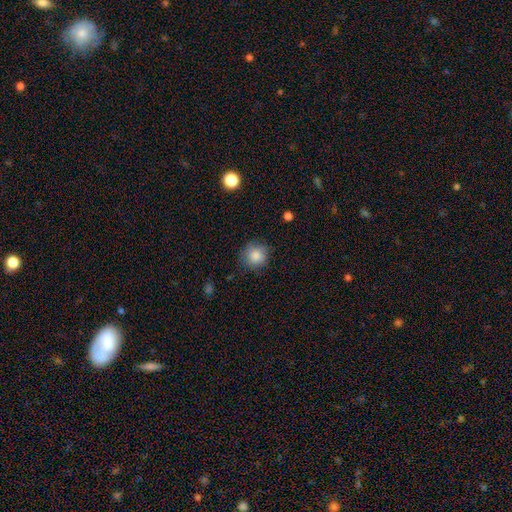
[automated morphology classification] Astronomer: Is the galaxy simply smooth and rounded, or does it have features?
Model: smooth — 85%.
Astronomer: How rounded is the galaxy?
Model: round — 91%.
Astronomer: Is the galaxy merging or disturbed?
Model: none — 81%.